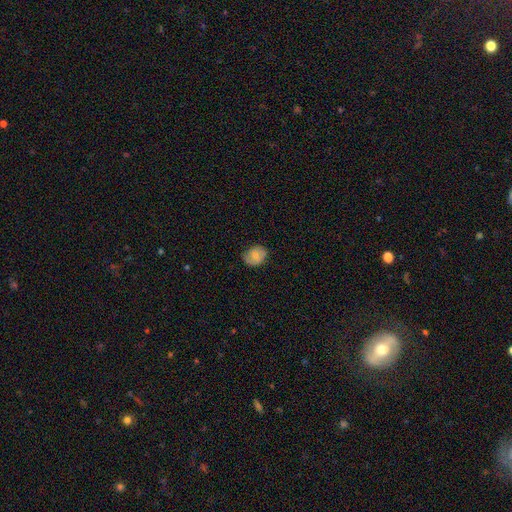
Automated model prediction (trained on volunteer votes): Overall: smooth (68%). How rounded: round (56%; in between 44%). Merging: none (76%).